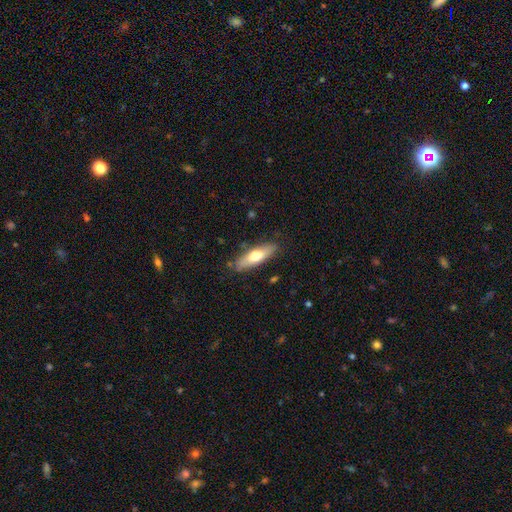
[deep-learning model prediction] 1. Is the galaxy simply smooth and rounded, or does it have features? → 61% smooth, 34% featured or disk, 6% star or artifact.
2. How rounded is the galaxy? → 53% cigar-shaped, 45% in between, 2% round.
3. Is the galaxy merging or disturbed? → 84% none, 12% minor disturbance, 2% major disturbance, 2% merger.